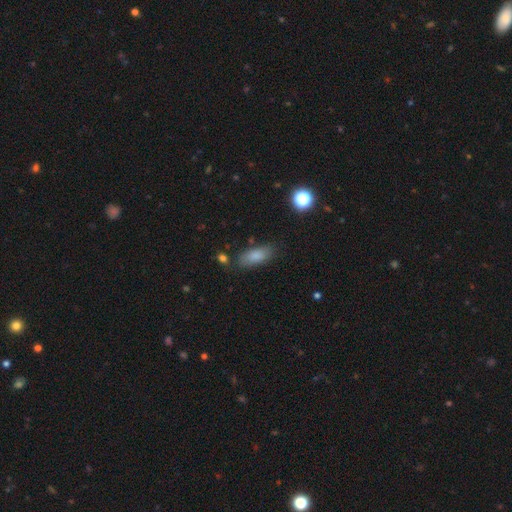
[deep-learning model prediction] Overall: smooth (82%). How rounded: in between (77%). Merging: none (78%).